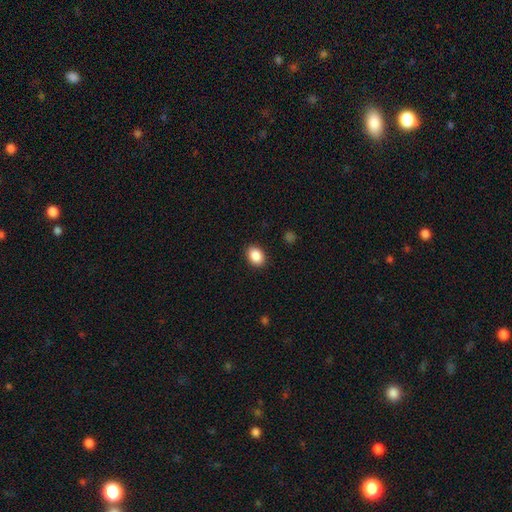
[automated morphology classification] Q: Smooth or featured?
A: smooth (89%); runner-up: star or artifact (8%)
Q: How rounded?
A: in between (73%); runner-up: round (26%)
Q: Merging?
A: none (89%); runner-up: minor disturbance (8%)